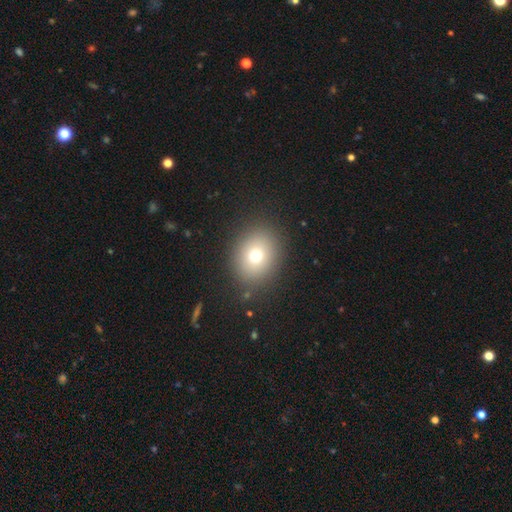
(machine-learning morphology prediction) This is likely a smooth galaxy (72%). How rounded: possibly round (58%). Merging: clearly none (87%).